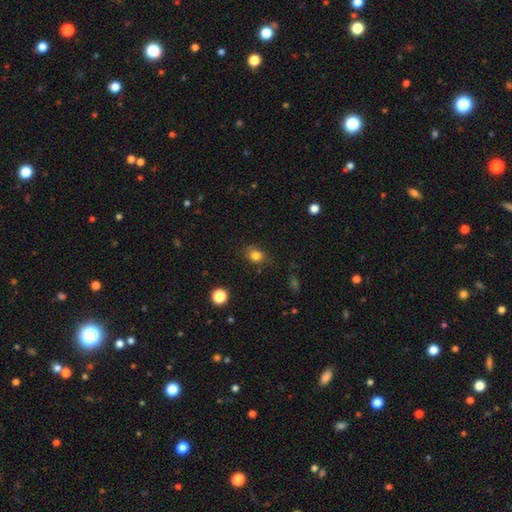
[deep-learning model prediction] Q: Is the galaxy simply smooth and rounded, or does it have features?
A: smooth — 81%.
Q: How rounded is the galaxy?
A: round — 53%.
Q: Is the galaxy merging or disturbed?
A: none — 72%.